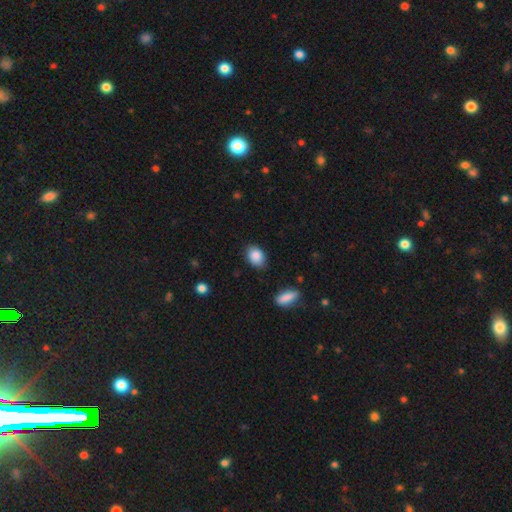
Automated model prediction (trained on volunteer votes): Morphology: type=smooth (88%); roundness=in between (80%); merging=none (84%).